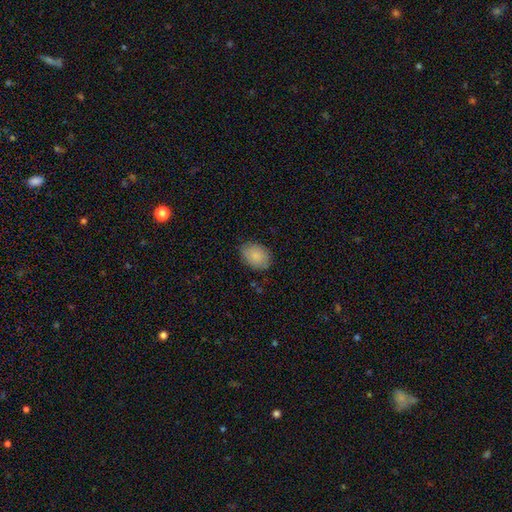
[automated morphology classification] Smooth or featured? Predicted: smooth (p=0.86). How rounded? Predicted: in between (p=0.75). Merging? Predicted: none (p=0.82).